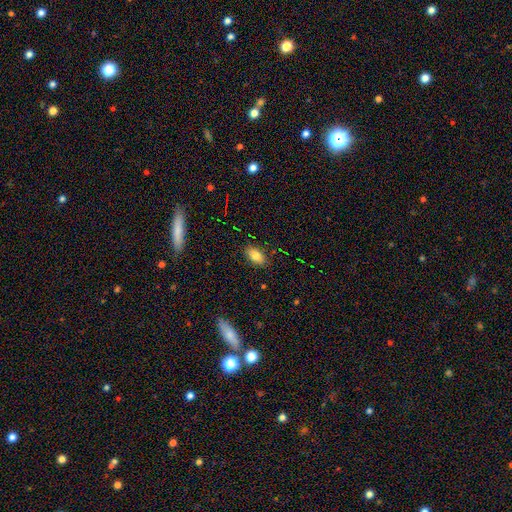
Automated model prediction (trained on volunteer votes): A smooth galaxy with no disk features (81%) that is in between round and cigar-shaped (90%). Merging: none (86%).